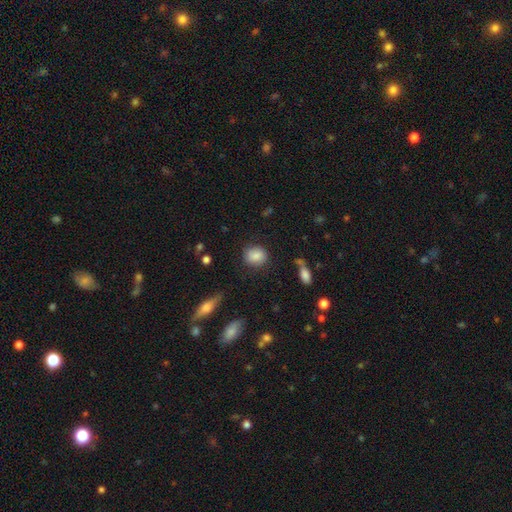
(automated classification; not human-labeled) This is clearly a smooth galaxy (85%). How rounded: likely round (67%). Merging: clearly none (81%).